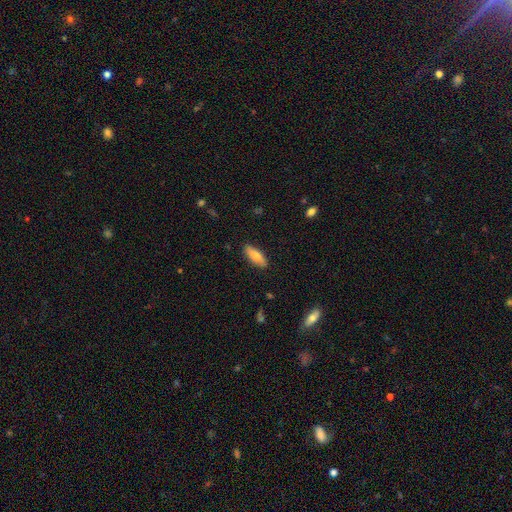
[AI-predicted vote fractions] Smooth or featured?
  - smooth: 74% *
  - featured or disk: 20%
  - star or artifact: 6%
How rounded?
  - in between: 65% *
  - cigar-shaped: 32%
  - round: 2%
Merging?
  - none: 88% *
  - minor disturbance: 9%
  - major disturbance: 2%
  - merger: 1%